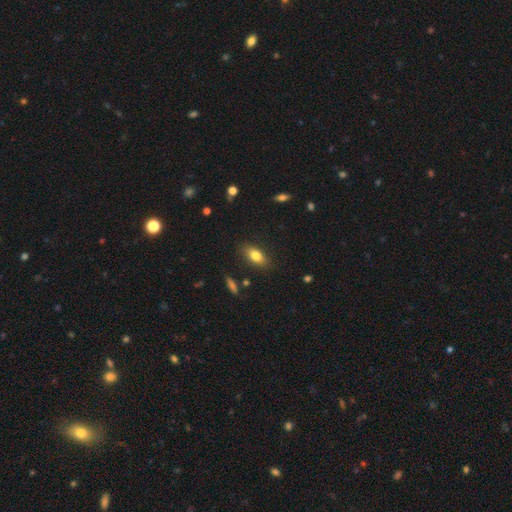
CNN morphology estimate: Q: Smooth or featured?
A: smooth (79%); runner-up: featured or disk (13%)
Q: How rounded?
A: in between (83%); runner-up: cigar-shaped (11%)
Q: Merging?
A: none (84%); runner-up: minor disturbance (11%)